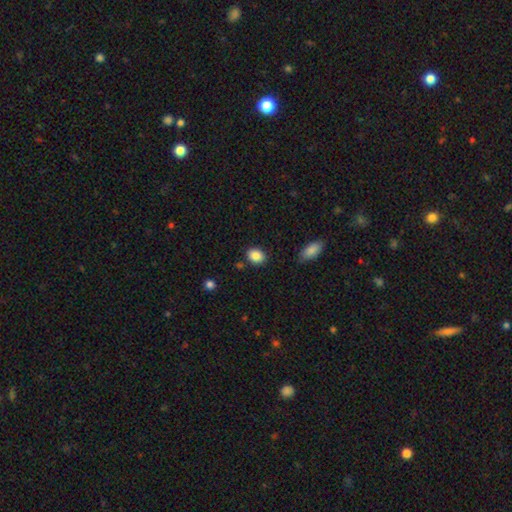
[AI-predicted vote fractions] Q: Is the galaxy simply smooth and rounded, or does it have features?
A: smooth — 87%.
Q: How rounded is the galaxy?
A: in between — 60%.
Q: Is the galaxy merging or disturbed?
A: none — 84%.